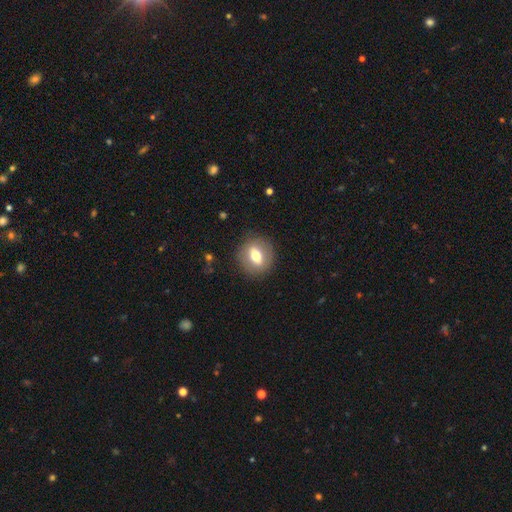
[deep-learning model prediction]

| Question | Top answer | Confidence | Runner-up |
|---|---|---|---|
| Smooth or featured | smooth | 61% | featured or disk (31%) |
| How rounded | round | 61% | in between (36%) |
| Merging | none | 87% | minor disturbance (9%) |